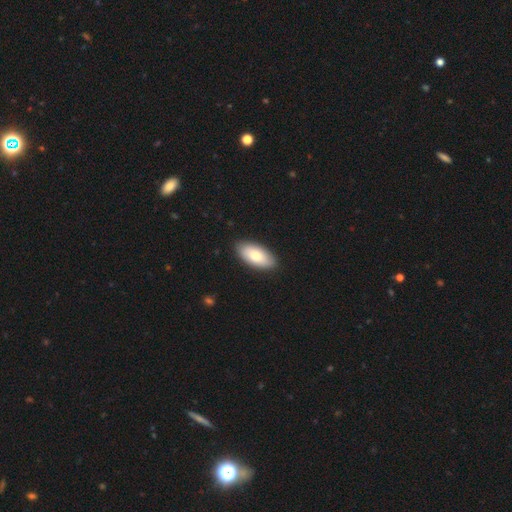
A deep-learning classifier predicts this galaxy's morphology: A smooth galaxy with no disk features (78%) that is in between round and cigar-shaped (93%). Merging: none (89%).